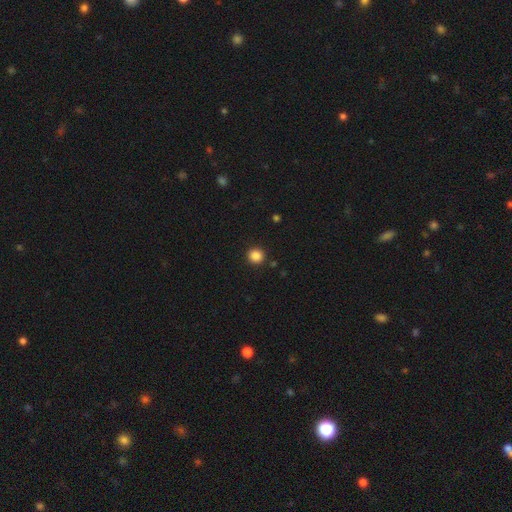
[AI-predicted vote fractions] The model was most divided on "smooth or featured": smooth: 86%, star or artifact: 11%, featured or disk: 3%. More confident: how rounded — round (92%); merging — none (91%).